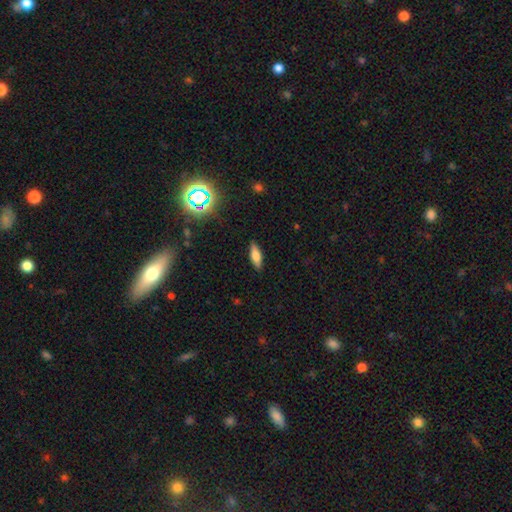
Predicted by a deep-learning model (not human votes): Smooth or featured: smooth — 63% (featured or disk — 27%)
How rounded: in between — 55% (cigar-shaped — 42%)
Merging: none — 88% (minor disturbance — 9%)